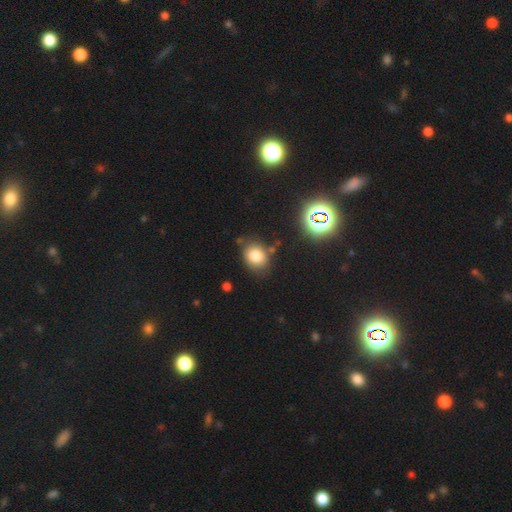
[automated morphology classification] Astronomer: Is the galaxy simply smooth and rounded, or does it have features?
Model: smooth — 78%.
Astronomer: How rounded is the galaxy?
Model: in between — 50% (runner-up: round, 49%).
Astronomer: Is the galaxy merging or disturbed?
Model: none — 74%.